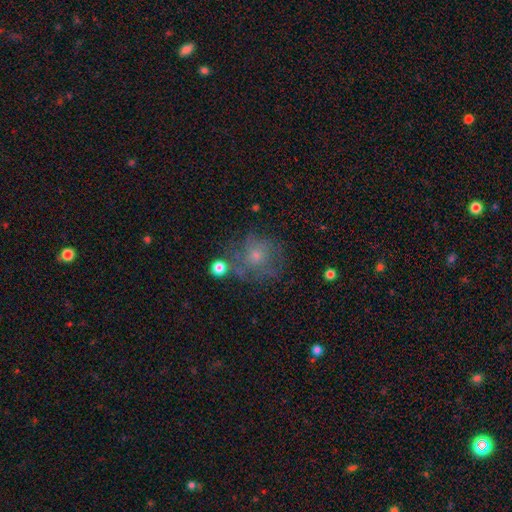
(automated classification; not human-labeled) Morphology: type=smooth (48%); merging=none (54%).